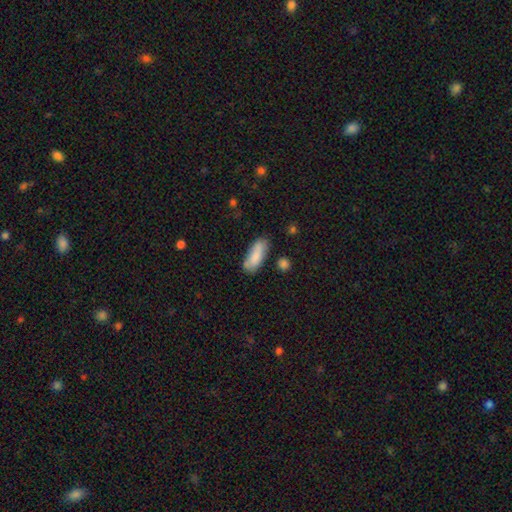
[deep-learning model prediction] Overall: smooth (84%). How rounded: in between (72%). Merging: none (71%).